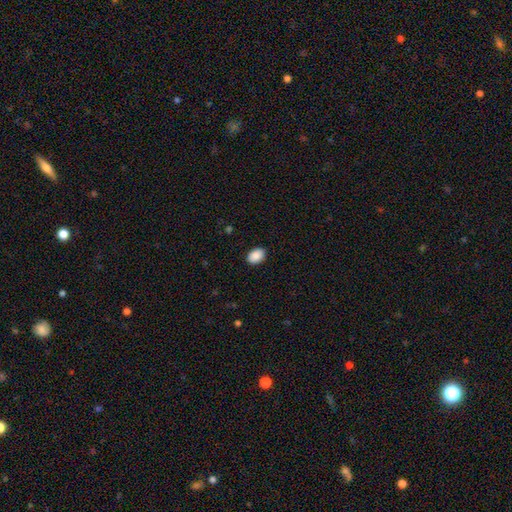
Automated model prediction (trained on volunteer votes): smooth 89%, star or artifact 7%, featured or disk 4%. Down the decision tree: how rounded — in between (80%); merging — none (89%).